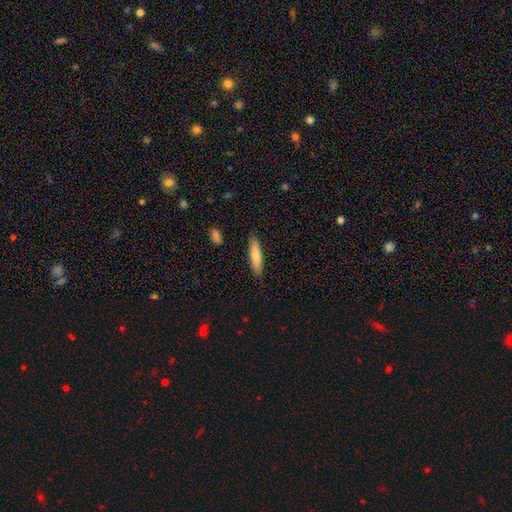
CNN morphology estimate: Smooth or featured: smooth — 73% (featured or disk — 21%)
How rounded: cigar-shaped — 79% (in between — 20%)
Merging: none — 87% (minor disturbance — 9%)